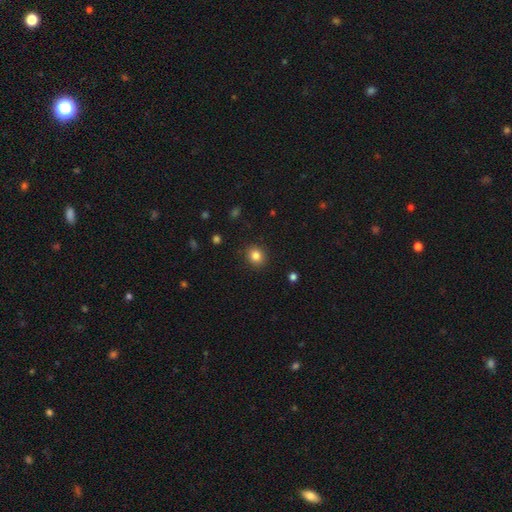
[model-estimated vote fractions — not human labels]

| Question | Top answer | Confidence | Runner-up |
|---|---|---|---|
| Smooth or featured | smooth | 83% | star or artifact (11%) |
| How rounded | round | 81% | in between (18%) |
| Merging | none | 90% | minor disturbance (7%) |